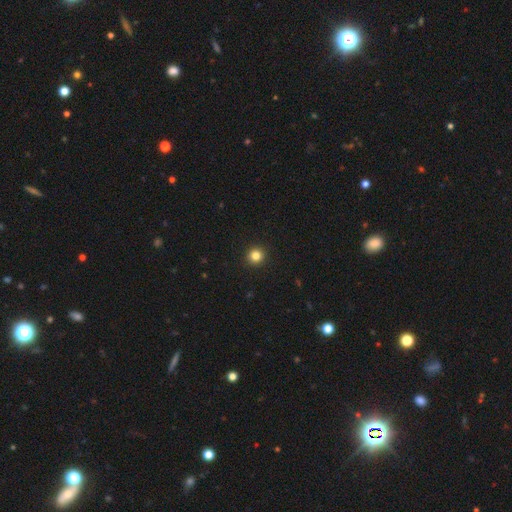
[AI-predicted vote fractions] Smooth or featured: smooth — 83% (star or artifact — 12%)
How rounded: round — 94% (in between — 5%)
Merging: none — 94% (minor disturbance — 4%)